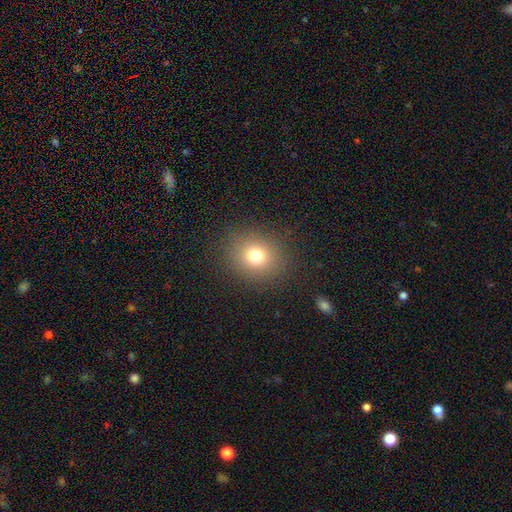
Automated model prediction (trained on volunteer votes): Smooth or featured?
  - smooth: 75% *
  - star or artifact: 16%
  - featured or disk: 9%
How rounded?
  - round: 76% *
  - in between: 23%
  - cigar-shaped: 1%
Merging?
  - none: 88% *
  - minor disturbance: 7%
  - major disturbance: 4%
  - merger: 1%